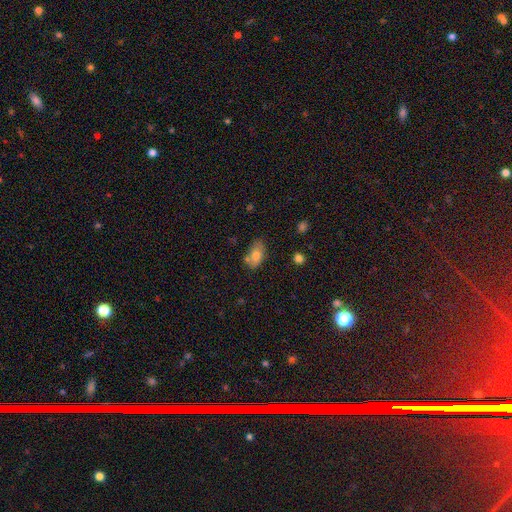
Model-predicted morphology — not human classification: A smooth galaxy with no disk features (74%) that is in between round and cigar-shaped (90%).

Vote fractions:
- Smooth or featured? smooth: 74% / featured or disk: 18% / star or artifact: 8%
- How rounded? in between: 90% / round: 7% / cigar-shaped: 3%
- Merging? none: 61% / minor disturbance: 21% / merger: 13% / major disturbance: 5%